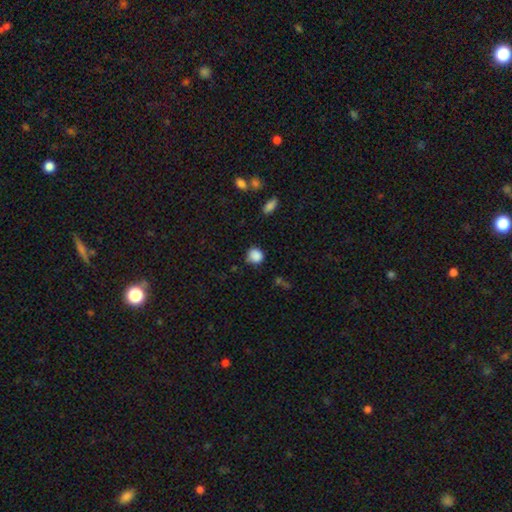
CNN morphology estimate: Smooth or featured?
  - smooth: 86% *
  - star or artifact: 10%
  - featured or disk: 4%
How rounded?
  - round: 81% *
  - in between: 18%
  - cigar-shaped: 1%
Merging?
  - none: 73% *
  - minor disturbance: 19%
  - major disturbance: 5%
  - merger: 3%